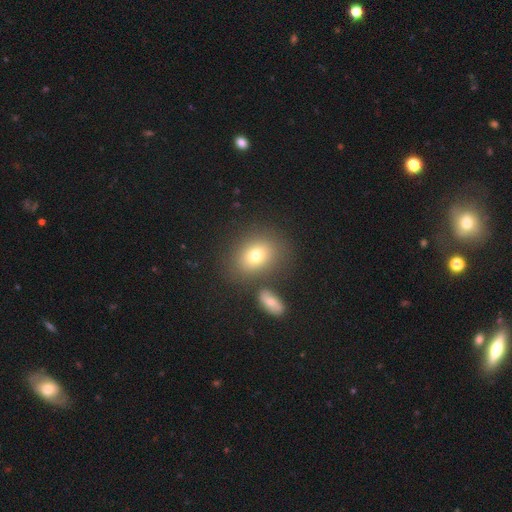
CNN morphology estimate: Smooth or featured: smooth — 73% (featured or disk — 15%)
How rounded: in between — 60% (round — 38%)
Merging: none — 73% (merger — 12%)